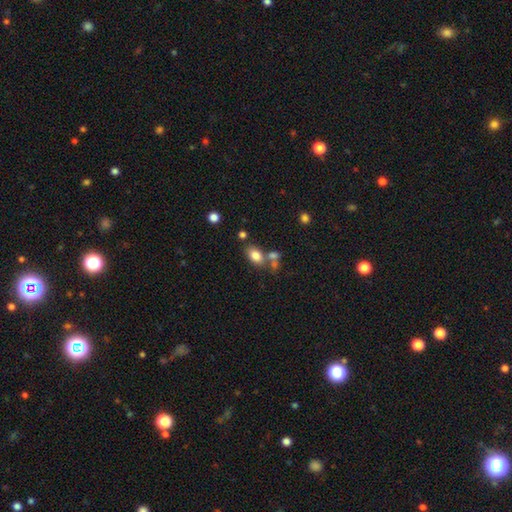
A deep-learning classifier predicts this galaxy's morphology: Smooth or featured? smooth (80%)
How rounded? in between (82%)
Merging? none (55%)